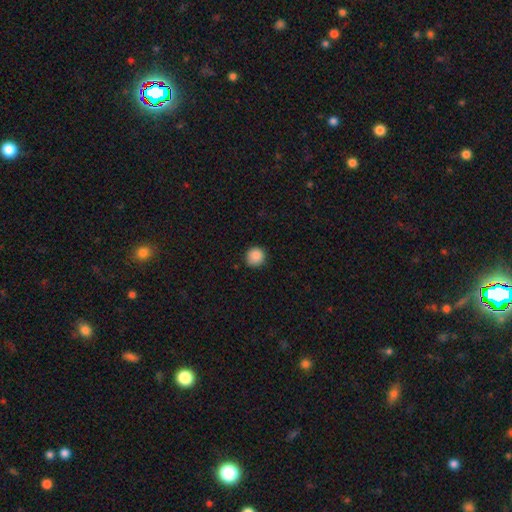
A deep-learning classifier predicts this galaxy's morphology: Overall: smooth (87%). How rounded: round (93%). Merging: none (85%).